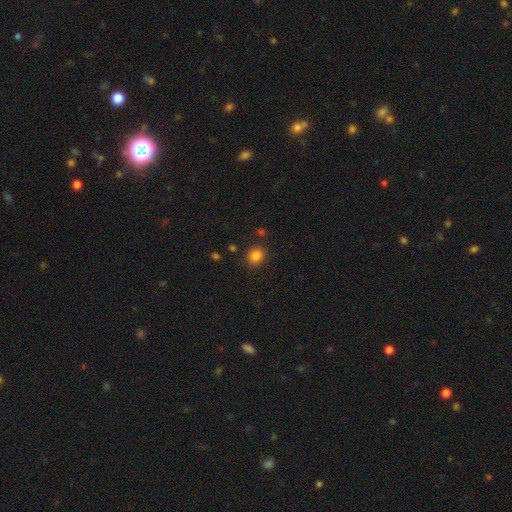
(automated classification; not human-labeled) Overall: smooth (83%). How rounded: round (71%). Merging: none (83%).